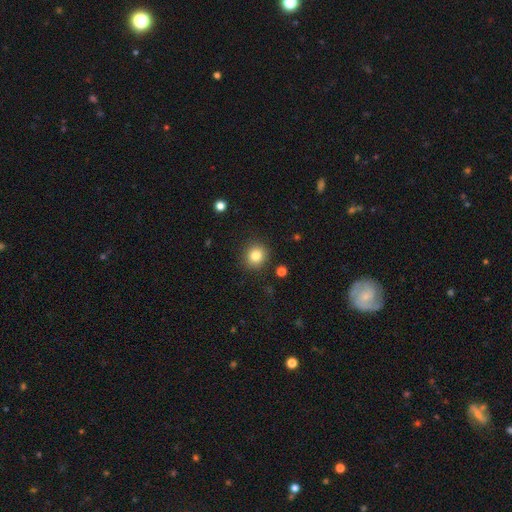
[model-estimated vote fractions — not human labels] This appears to be a smooth galaxy with no disk features (82%) that is round (84%). Merging: none (89%).